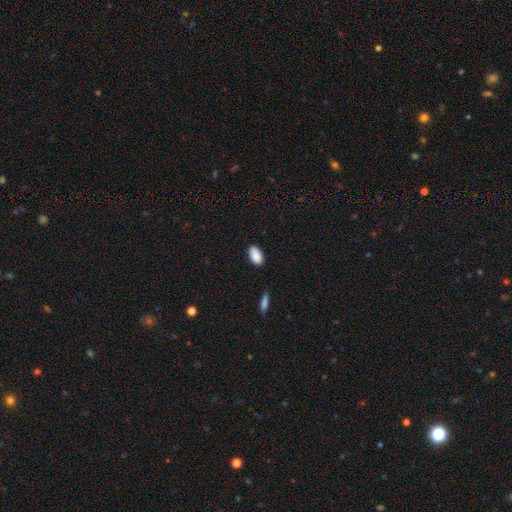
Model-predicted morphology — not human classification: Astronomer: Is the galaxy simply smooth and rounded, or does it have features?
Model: smooth — 89%.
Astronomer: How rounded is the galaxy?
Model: in between — 94%.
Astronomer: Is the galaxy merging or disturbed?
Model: none — 83%.